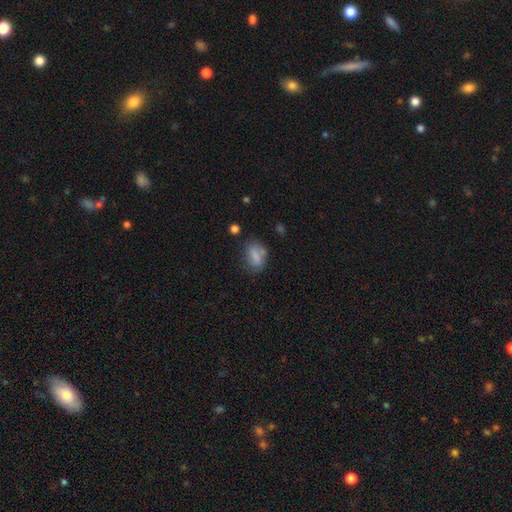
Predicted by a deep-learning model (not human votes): The model was most divided on "merging": none: 58%, minor disturbance: 23%, merger: 11%, major disturbance: 9%. More confident: how rounded — in between (78%); smooth or featured — smooth (76%).